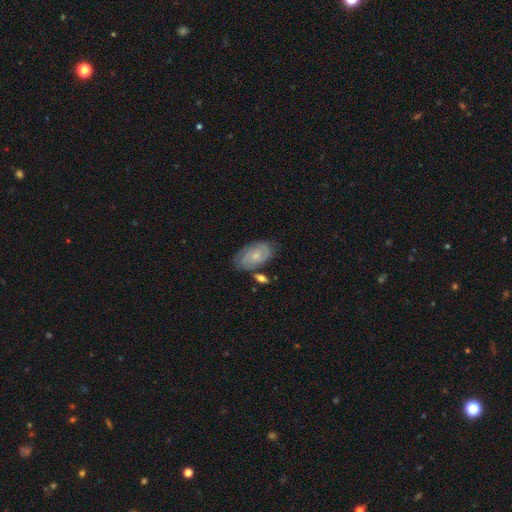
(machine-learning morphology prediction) A smooth galaxy with no disk features (47%). Merging: none (65%).